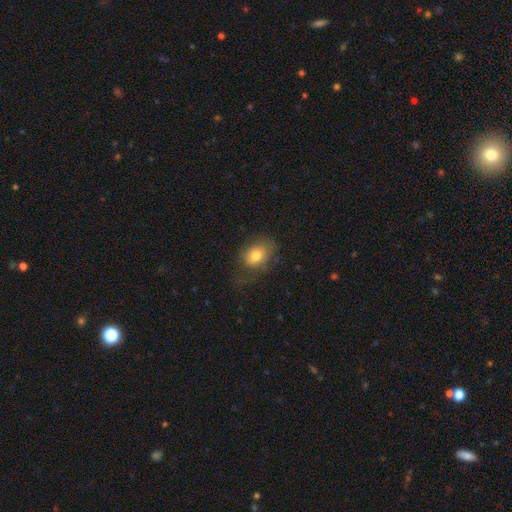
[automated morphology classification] This is likely a smooth galaxy (76%). How rounded: likely in between (68%). Merging: possibly none (53%).